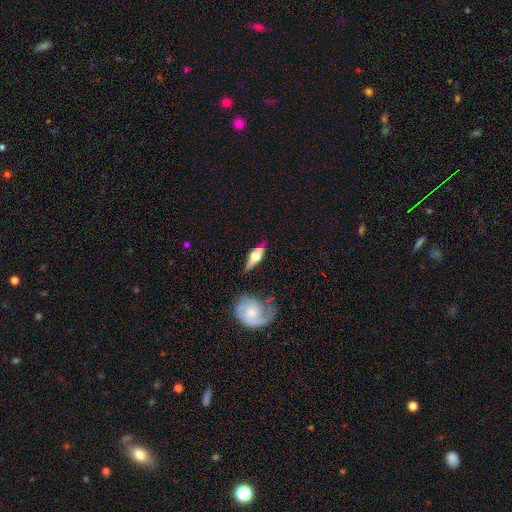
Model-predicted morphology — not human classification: This is likely a featured or disk galaxy (68%). It is clearly viewed edge-on (90%). Edge-on bulge: clearly rounded (94%). Merging: likely none (75%).